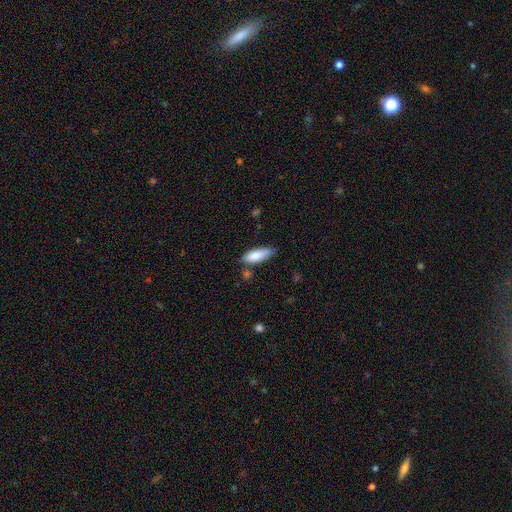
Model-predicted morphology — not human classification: smooth_or_featured: smooth (p=0.83) [alt: featured or disk p=0.11]
how_rounded: in between (p=0.62) [alt: cigar-shaped p=0.37]
merging: none (p=0.67) [alt: minor disturbance p=0.23]